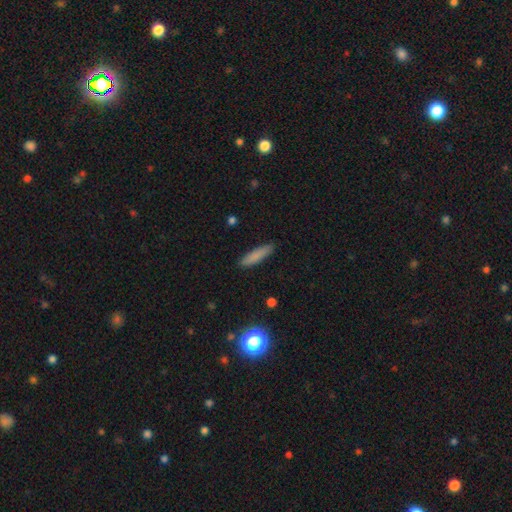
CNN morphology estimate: Smooth or featured?
  - smooth: 82% *
  - featured or disk: 10%
  - star or artifact: 8%
How rounded?
  - cigar-shaped: 77% *
  - in between: 21%
  - round: 2%
Merging?
  - none: 88% *
  - minor disturbance: 9%
  - major disturbance: 2%
  - merger: 1%